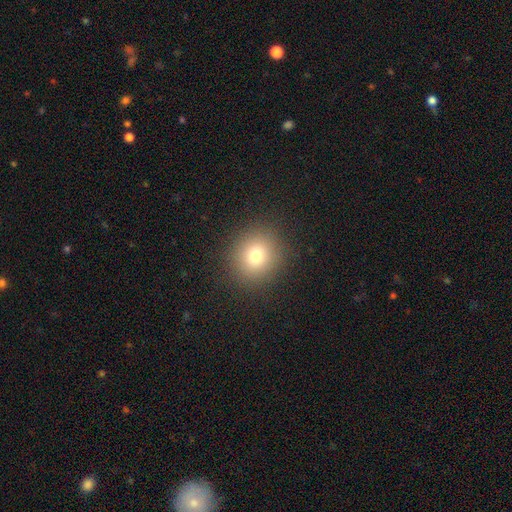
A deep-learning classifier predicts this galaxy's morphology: Smooth or featured? smooth (76%)
How rounded? round (85%)
Merging? none (90%)